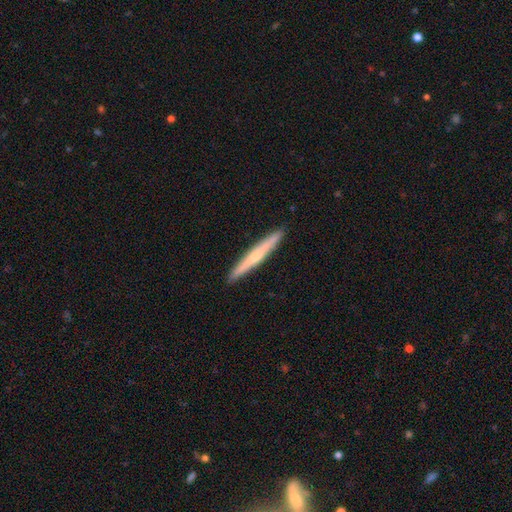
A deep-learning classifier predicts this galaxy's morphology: A featured or disk galaxy (50%) viewed edge-on (96%). Merging: none (93%).